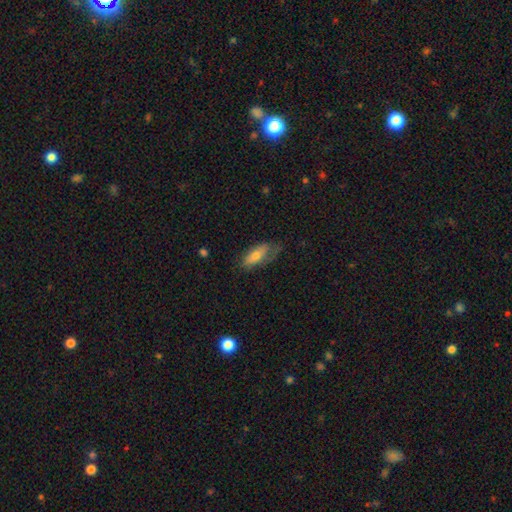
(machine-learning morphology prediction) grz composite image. It shows a smooth galaxy with no disk features (65%) that is in between round and cigar-shaped (74%). Merging: none (53%).